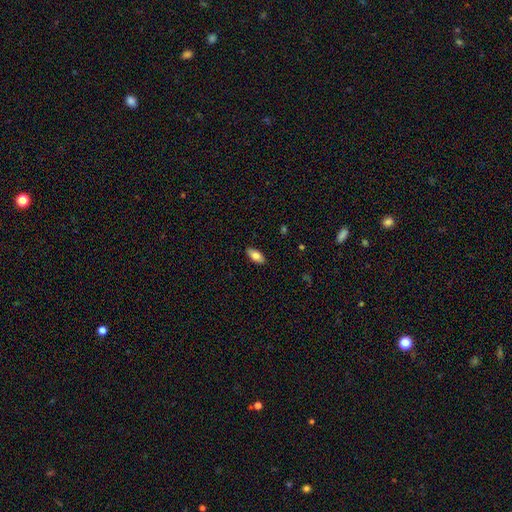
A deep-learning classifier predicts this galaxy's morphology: A smooth galaxy with no disk features (80%) that is in between round and cigar-shaped (89%). Merging: none (88%).